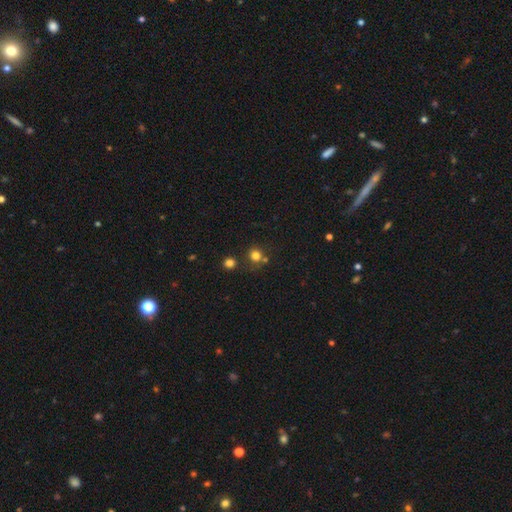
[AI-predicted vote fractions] The model was most divided on "merging": none: 70%, merger: 16%, minor disturbance: 10%, major disturbance: 4%. More confident: how rounded — round (89%); smooth or featured — smooth (77%).